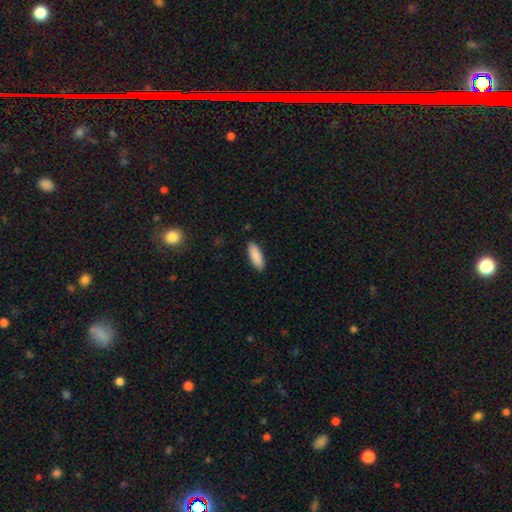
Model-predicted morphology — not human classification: Q: Smooth or featured?
A: smooth (90%); runner-up: star or artifact (6%)
Q: How rounded?
A: in between (63%); runner-up: cigar-shaped (35%)
Q: Merging?
A: none (89%); runner-up: minor disturbance (8%)